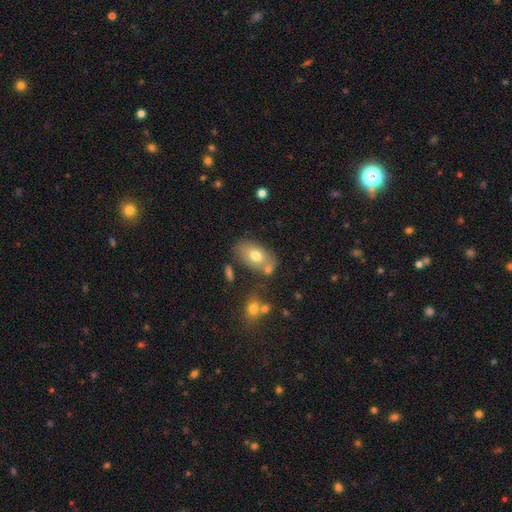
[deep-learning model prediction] This is likely a smooth galaxy (69%). How rounded: clearly in between (90%). Merging: likely none (65%).